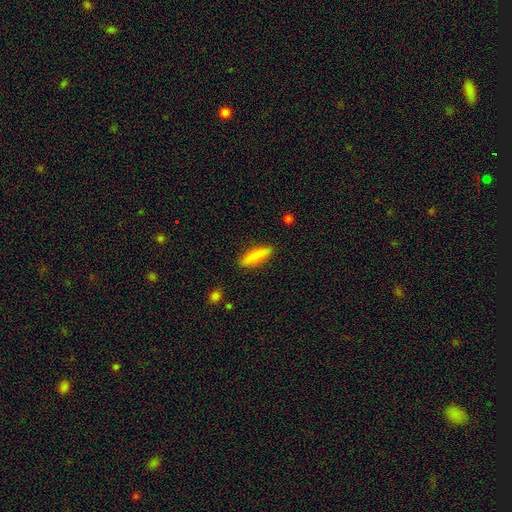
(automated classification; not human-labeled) smooth 83%, featured or disk 11%, star or artifact 6%. Down the decision tree: how rounded — cigar-shaped (66%); merging — none (88%).